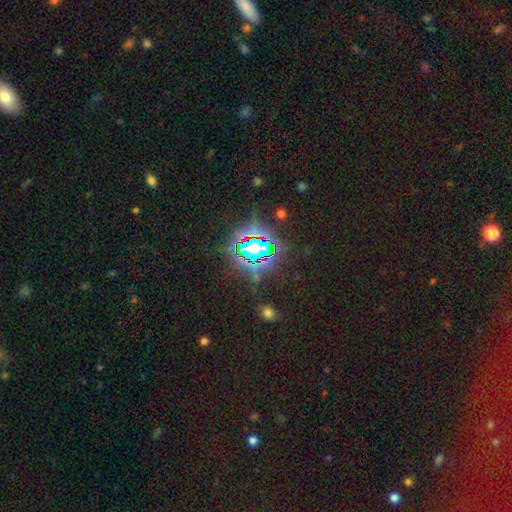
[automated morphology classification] Smooth or featured?
  - star or artifact: 81% *
  - smooth: 11%
  - featured or disk: 8%